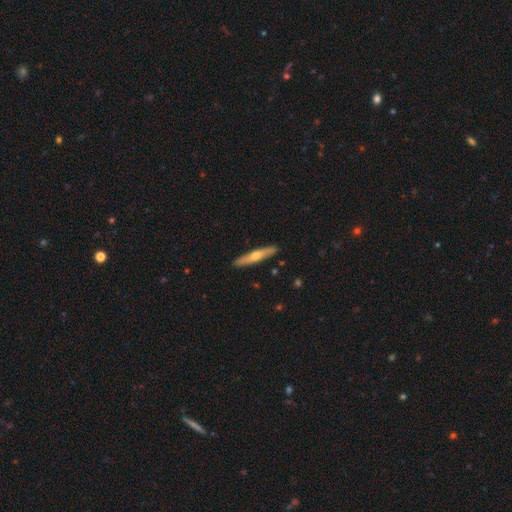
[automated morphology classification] Smooth or featured? Predicted: featured or disk (p=0.51). Edge-on disk? Predicted: yes (p=0.90). Merging? Predicted: none (p=0.90).